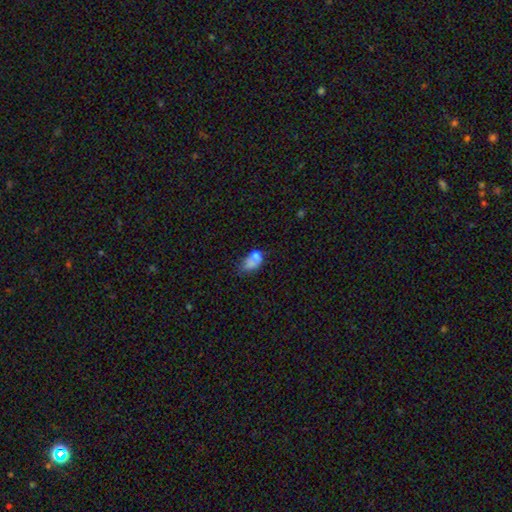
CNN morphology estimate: Smooth or featured? Predicted: smooth (p=0.67). How rounded? Predicted: in between (p=0.78). Merging? Predicted: merger (p=0.42).